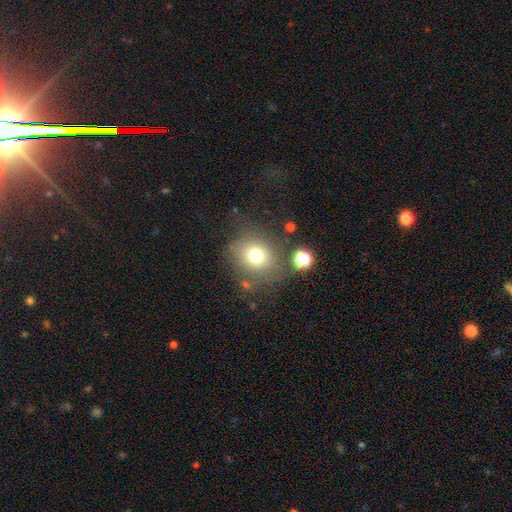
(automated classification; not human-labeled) This is likely a smooth galaxy (72%). How rounded: clearly round (82%). Merging: likely none (70%).